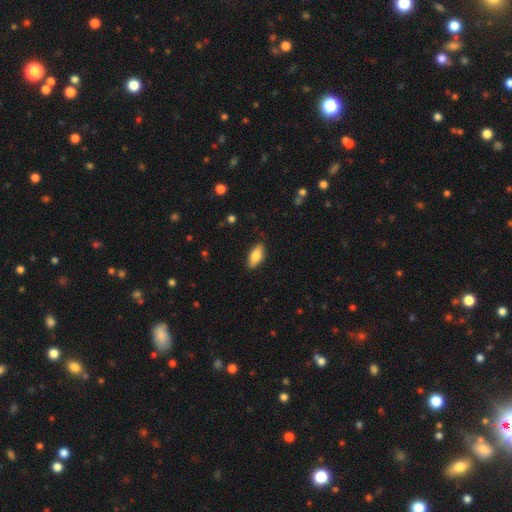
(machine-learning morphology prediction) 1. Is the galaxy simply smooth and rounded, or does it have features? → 77% smooth, 16% featured or disk, 6% star or artifact.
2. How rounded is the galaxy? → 84% in between, 14% cigar-shaped, 3% round.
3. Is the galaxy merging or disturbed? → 86% none, 11% minor disturbance, 2% major disturbance, 1% merger.